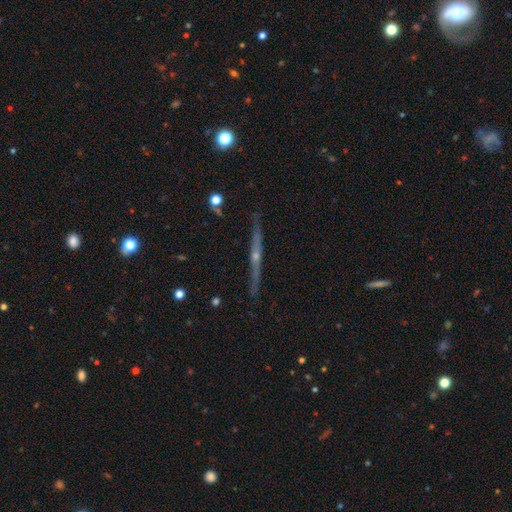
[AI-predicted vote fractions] Q: Smooth or featured?
A: featured or disk (79%); runner-up: smooth (14%)
Q: Edge-on disk?
A: yes (97%); runner-up: no (3%)
Q: Edge-on bulge?
A: rounded (75%); runner-up: none (21%)
Q: Merging?
A: none (87%); runner-up: minor disturbance (10%)